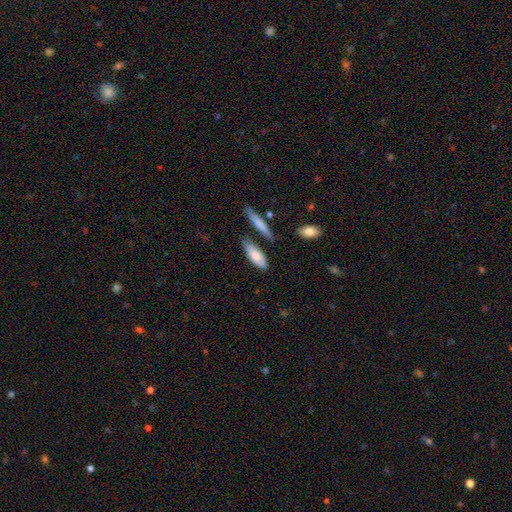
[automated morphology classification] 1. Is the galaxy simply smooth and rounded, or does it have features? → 78% smooth, 17% featured or disk, 6% star or artifact.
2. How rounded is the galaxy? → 66% in between, 32% cigar-shaped, 2% round.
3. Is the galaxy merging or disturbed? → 65% none, 22% minor disturbance, 8% merger, 5% major disturbance.